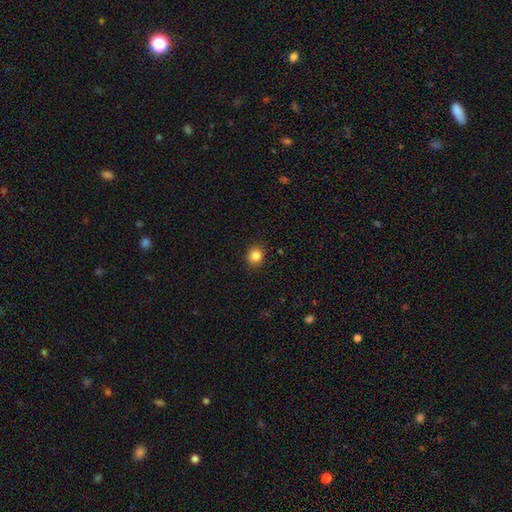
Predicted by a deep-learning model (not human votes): smooth_or_featured: smooth (p=0.85) [alt: star or artifact p=0.10]
how_rounded: round (p=0.81) [alt: in between p=0.18]
merging: none (p=0.89) [alt: minor disturbance p=0.08]